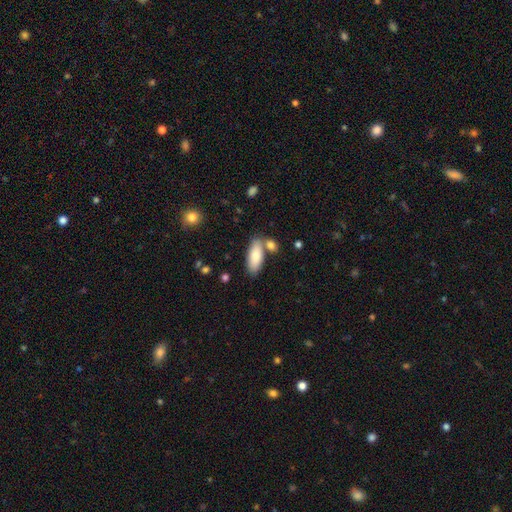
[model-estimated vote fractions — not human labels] smooth 83%, featured or disk 11%, star or artifact 6%. Down the decision tree: how rounded — in between (79%); merging — none (69%).